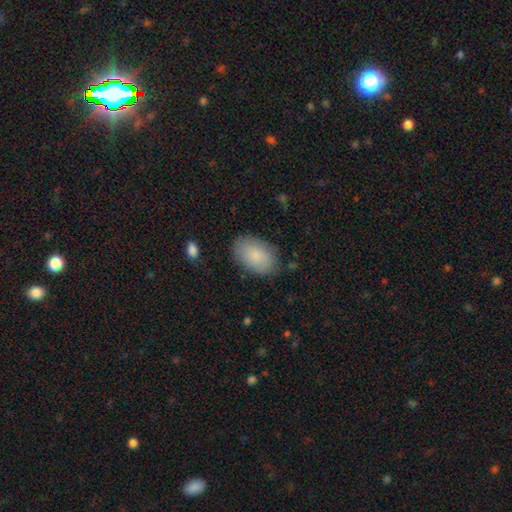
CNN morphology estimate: This appears to be a smooth galaxy with no disk features (85%) that is in between round and cigar-shaped (91%). Merging: none (82%).